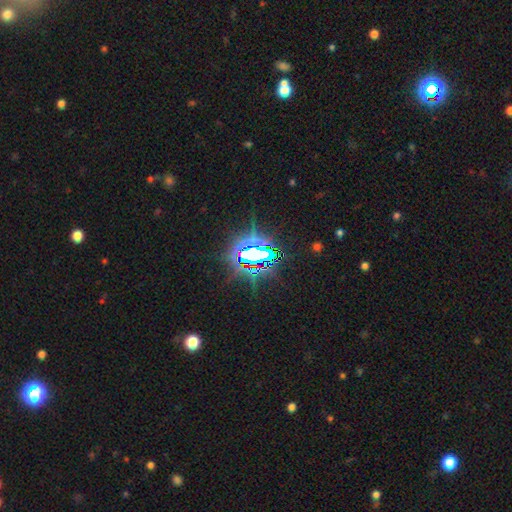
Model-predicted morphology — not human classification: This appears to be a star or artifact, not a galaxy (78%).